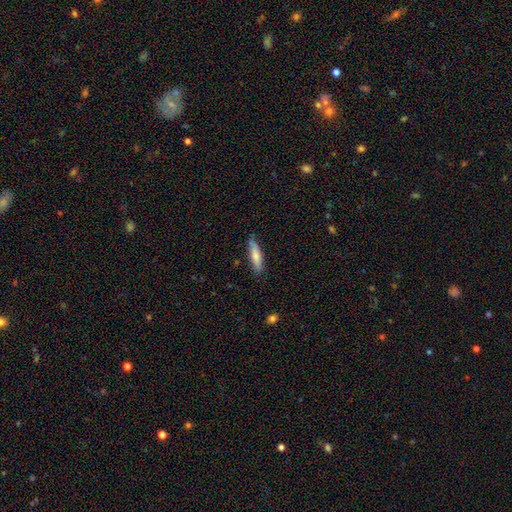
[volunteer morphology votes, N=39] This appears to be a smooth galaxy with no disk features (64%) that is cigar-shaped (80%). Merging: none (73%).